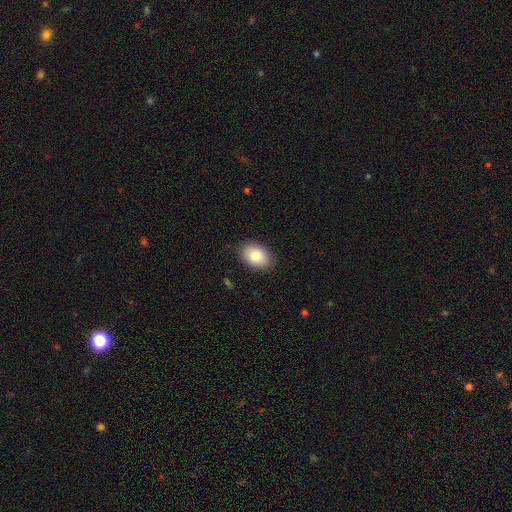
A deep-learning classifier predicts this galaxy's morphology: type=smooth (84%); roundness=in between (85%); merging=none (87%).